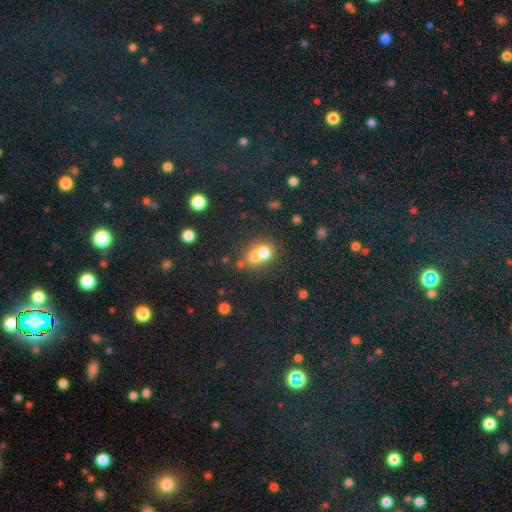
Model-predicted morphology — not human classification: This is likely a smooth galaxy (68%). How rounded: likely round (69%). Merging: likely merger (64%).